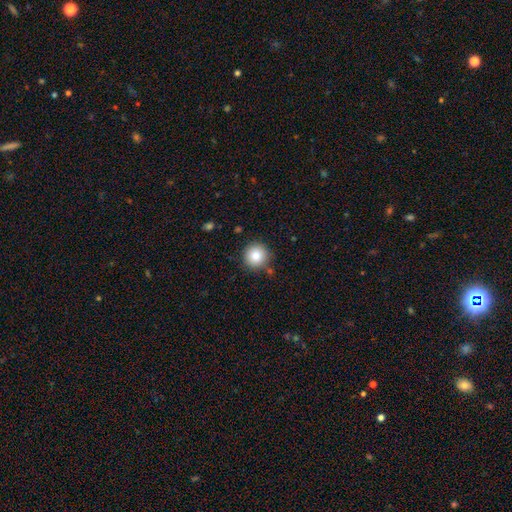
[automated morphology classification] smooth-or-featured: smooth: 81% | star or artifact: 10% | featured or disk: 8%
  how-rounded: round: 95% | in between: 4% | cigar-shaped: 1%
  merging: none: 86% | minor disturbance: 9% | merger: 3% | major disturbance: 2%